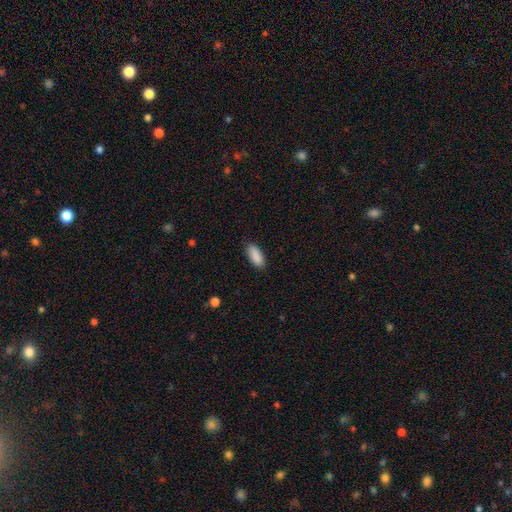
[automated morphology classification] Smooth or featured?
  - smooth: 90% *
  - star or artifact: 6%
  - featured or disk: 4%
How rounded?
  - in between: 83% *
  - cigar-shaped: 15%
  - round: 2%
Merging?
  - none: 87% *
  - minor disturbance: 9%
  - major disturbance: 2%
  - merger: 1%